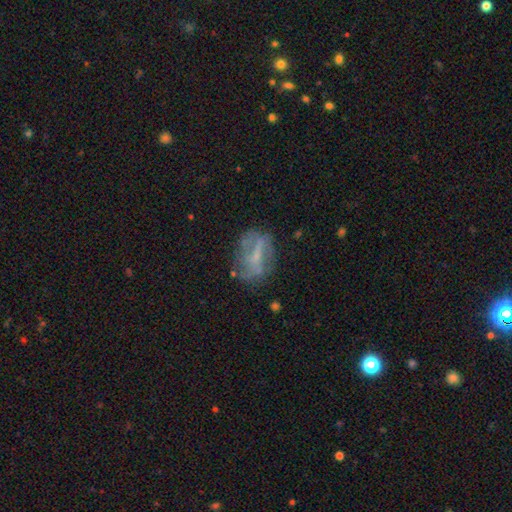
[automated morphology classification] smooth_or_featured: featured or disk (p=0.58) [alt: smooth p=0.31]
disk_edge_on: no (p=0.93) [alt: yes p=0.07]
bar: weak (p=0.40) [alt: no p=0.34]
has_spiral_arms: no (p=0.57) [alt: yes p=0.43]
bulge_size: none (p=0.39) [alt: small p=0.38]
merging: none (p=0.57) [alt: minor disturbance p=0.22]